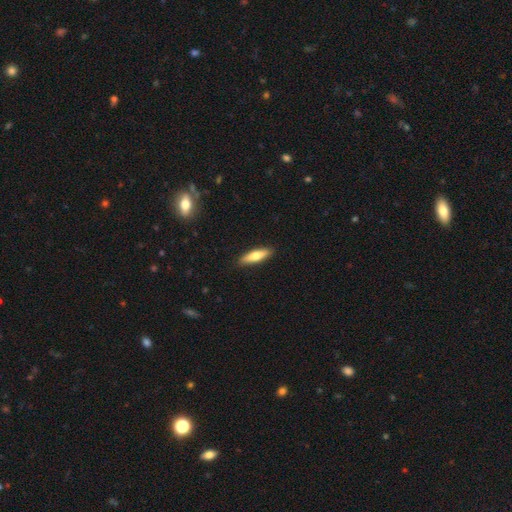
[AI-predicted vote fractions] Q: Smooth or featured?
A: smooth (69%); runner-up: featured or disk (26%)
Q: How rounded?
A: cigar-shaped (63%); runner-up: in between (35%)
Q: Merging?
A: none (89%); runner-up: minor disturbance (8%)